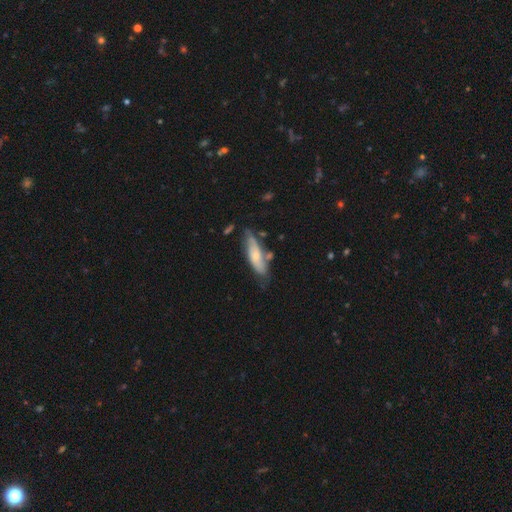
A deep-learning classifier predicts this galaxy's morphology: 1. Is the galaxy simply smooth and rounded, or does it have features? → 51% smooth, 43% featured or disk, 6% star or artifact.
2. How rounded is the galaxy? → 51% in between, 47% cigar-shaped, 2% round.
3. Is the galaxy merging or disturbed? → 59% none, 26% minor disturbance, 9% merger, 7% major disturbance.